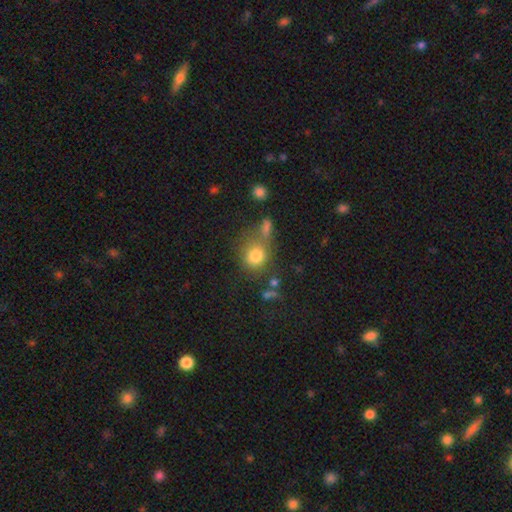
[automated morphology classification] Smooth or featured?
  - smooth: 78% *
  - star or artifact: 12%
  - featured or disk: 10%
How rounded?
  - round: 79% *
  - in between: 20%
  - cigar-shaped: 1%
Merging?
  - none: 54% *
  - merger: 21%
  - minor disturbance: 15%
  - major disturbance: 10%